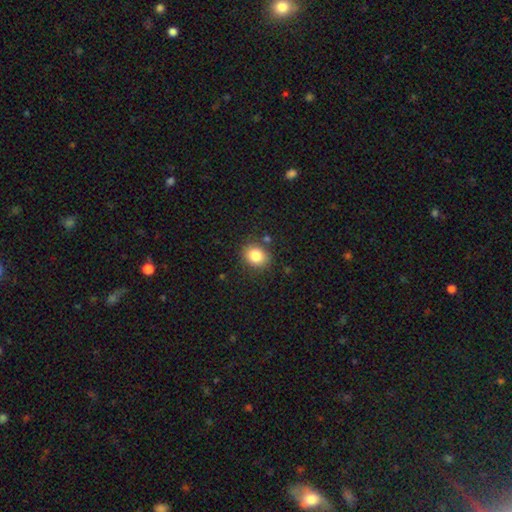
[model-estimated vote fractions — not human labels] A smooth galaxy with no disk features (83%) that is round (59%).

Vote fractions:
- Smooth or featured? smooth: 83% / star or artifact: 10% / featured or disk: 7%
- How rounded? round: 59% / in between: 40% / cigar-shaped: 1%
- Merging? none: 83% / minor disturbance: 10% / merger: 3% / major disturbance: 3%